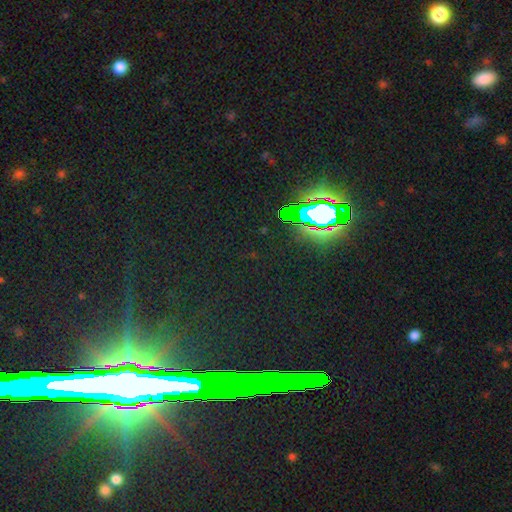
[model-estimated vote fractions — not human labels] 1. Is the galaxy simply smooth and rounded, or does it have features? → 83% star or artifact, 9% featured or disk, 8% smooth.